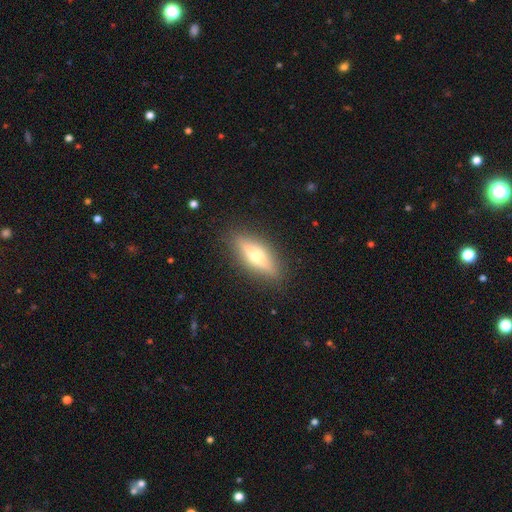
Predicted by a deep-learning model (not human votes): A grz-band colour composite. It shows a featured or disk galaxy (55%) viewed edge-on (90%). Merging: none (89%).